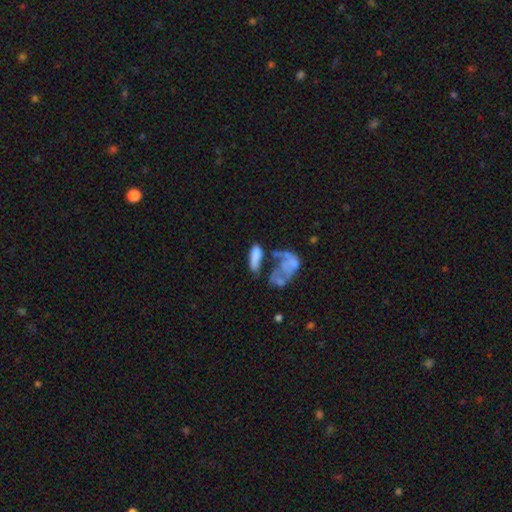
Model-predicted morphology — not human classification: smooth-or-featured: smooth: 59% | featured or disk: 30% | star or artifact: 10%
  how-rounded: in between: 79% | cigar-shaped: 16% | round: 5%
  merging: merger: 42% | major disturbance: 28% | none: 19% | minor disturbance: 11%